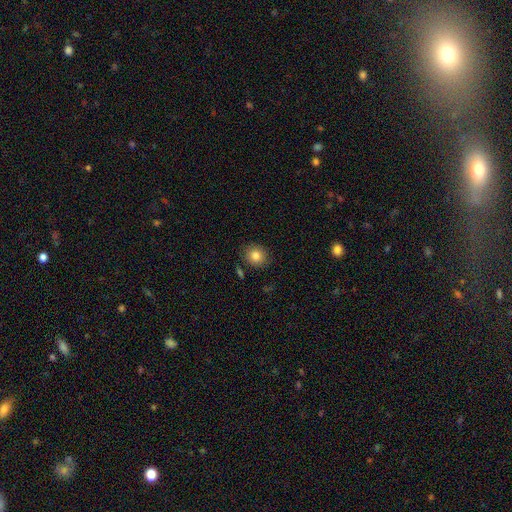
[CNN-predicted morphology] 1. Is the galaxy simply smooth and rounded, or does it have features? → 83% smooth, 10% star or artifact, 7% featured or disk.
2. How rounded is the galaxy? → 84% round, 15% in between, 1% cigar-shaped.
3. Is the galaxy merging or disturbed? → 86% none, 9% minor disturbance, 3% merger, 2% major disturbance.